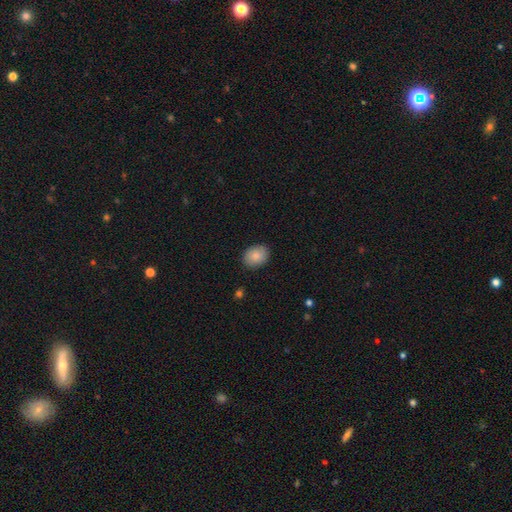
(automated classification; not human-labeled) smooth-or-featured: smooth: 84% | featured or disk: 9% | star or artifact: 7%
  how-rounded: in between: 61% | round: 38% | cigar-shaped: 1%
  merging: none: 87% | minor disturbance: 10% | major disturbance: 2% | merger: 1%